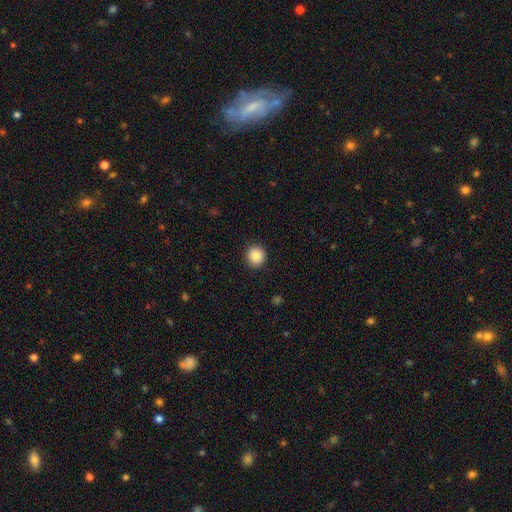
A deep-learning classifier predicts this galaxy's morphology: type=smooth (86%); roundness=round (90%); merging=none (91%).